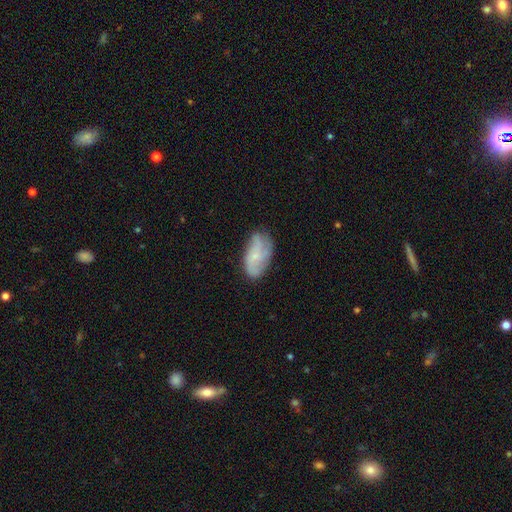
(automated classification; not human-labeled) Q: Smooth or featured?
A: featured or disk (61%); runner-up: smooth (32%)
Q: Edge-on disk?
A: no (95%); runner-up: yes (5%)
Q: Bar?
A: no (69%); runner-up: weak (26%)
Q: Spiral arms?
A: yes (87%); runner-up: no (13%)
Q: Spiral winding?
A: medium (41%); runner-up: loose (36%)
Q: Spiral arm count?
A: 3 (30%); runner-up: 2 (29%)
Q: Bulge size?
A: small (70%); runner-up: moderate (19%)
Q: Merging?
A: none (64%); runner-up: minor disturbance (26%)